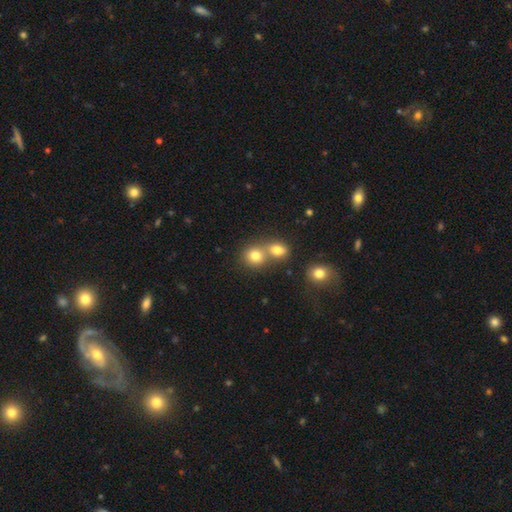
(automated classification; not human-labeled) This is likely a smooth galaxy (78%). How rounded: likely round (79%). Merging: possibly merger (51%).